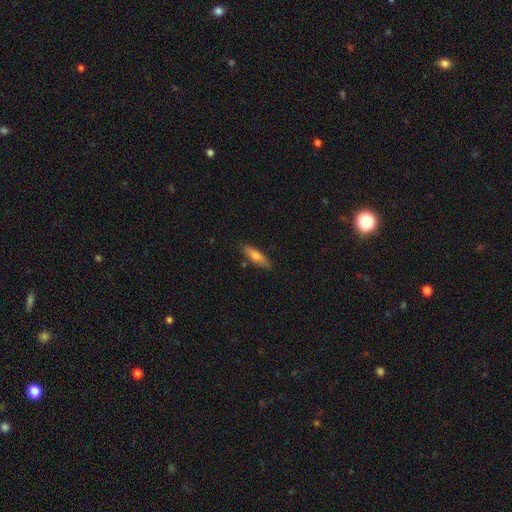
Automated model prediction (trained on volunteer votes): smooth_or_featured: smooth (p=0.65) [alt: featured or disk p=0.29]
how_rounded: cigar-shaped (p=0.60) [alt: in between p=0.38]
merging: none (p=0.85) [alt: minor disturbance p=0.10]